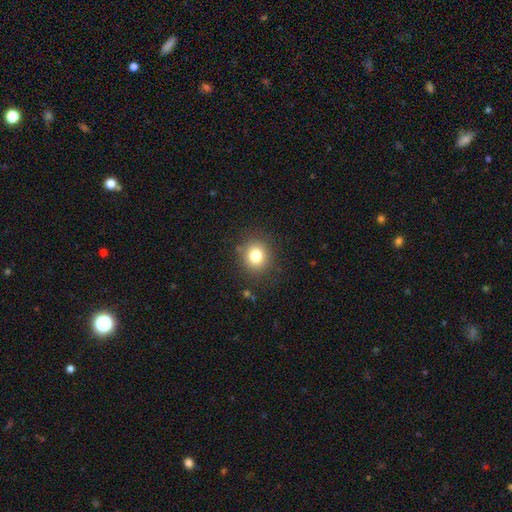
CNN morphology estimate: Smooth or featured?
  - smooth: 79% *
  - star or artifact: 13%
  - featured or disk: 8%
How rounded?
  - round: 84% *
  - in between: 15%
  - cigar-shaped: 1%
Merging?
  - none: 87% *
  - minor disturbance: 8%
  - major disturbance: 3%
  - merger: 1%